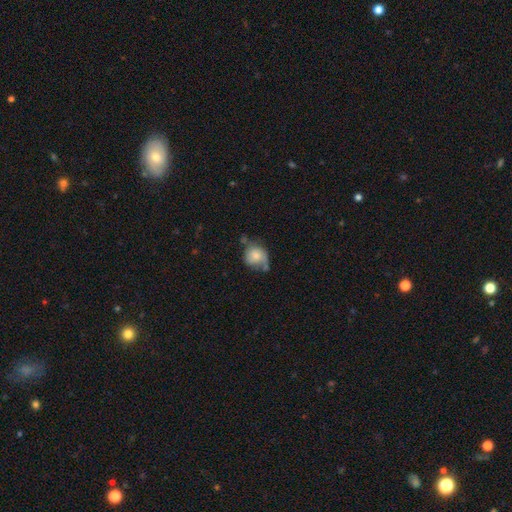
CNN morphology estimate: The model was most divided on "merging": none: 40%, minor disturbance: 30%, merger: 15%, major disturbance: 15%. More confident: how rounded — round (74%); smooth or featured — smooth (70%).